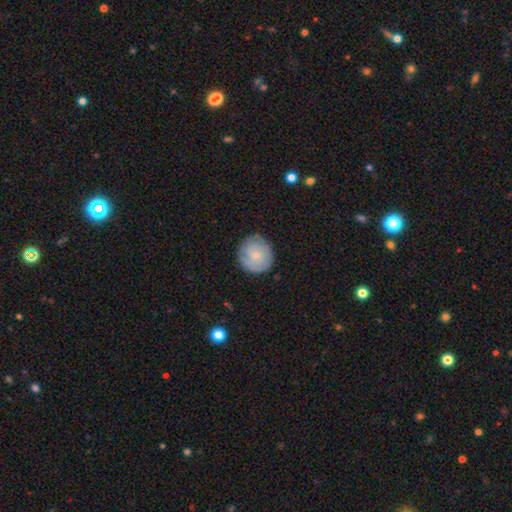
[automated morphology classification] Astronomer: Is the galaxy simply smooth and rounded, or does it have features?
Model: smooth — 52% (runner-up: featured or disk, 41%).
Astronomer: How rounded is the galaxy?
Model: round — 90%.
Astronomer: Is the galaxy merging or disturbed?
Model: none — 82%.